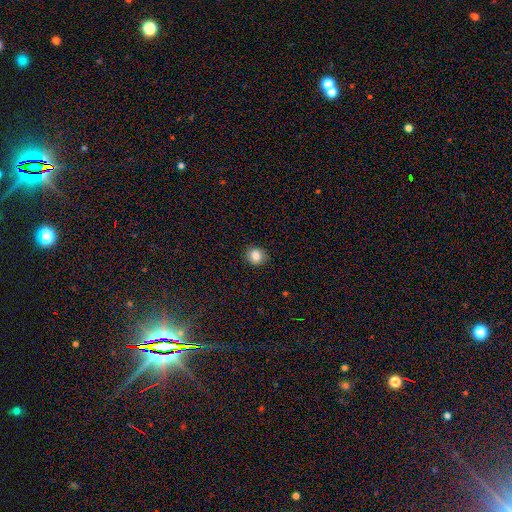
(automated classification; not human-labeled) Q: Smooth or featured?
A: smooth (84%); runner-up: star or artifact (10%)
Q: How rounded?
A: round (85%); runner-up: in between (14%)
Q: Merging?
A: none (90%); runner-up: minor disturbance (7%)